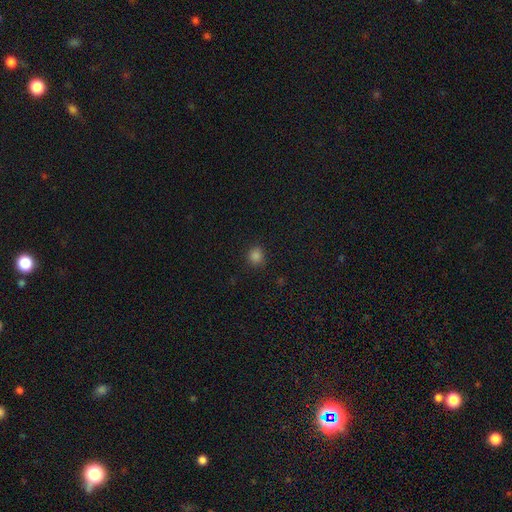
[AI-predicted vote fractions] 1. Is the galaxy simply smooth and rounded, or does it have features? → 82% smooth, 15% star or artifact, 3% featured or disk.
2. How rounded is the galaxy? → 85% round, 14% in between, 1% cigar-shaped.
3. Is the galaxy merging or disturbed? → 87% none, 9% minor disturbance, 3% major disturbance, 1% merger.